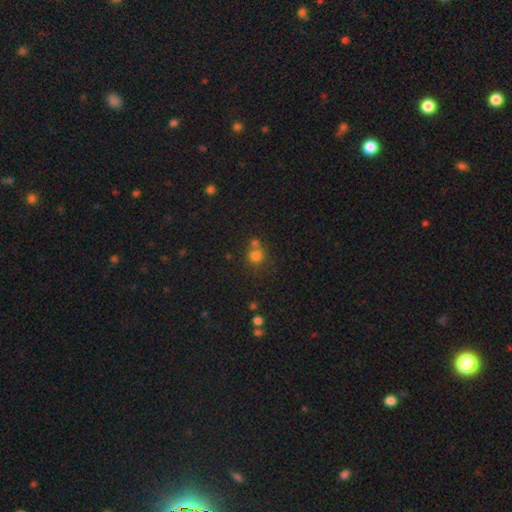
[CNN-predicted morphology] Overall: smooth (77%). How rounded: round (87%). Merging: none (55%; merger 32%).